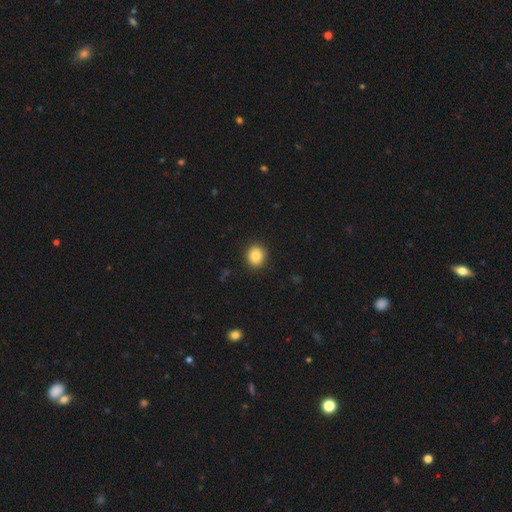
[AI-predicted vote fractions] Morphology: type=smooth (87%); roundness=round (80%); merging=none (91%).